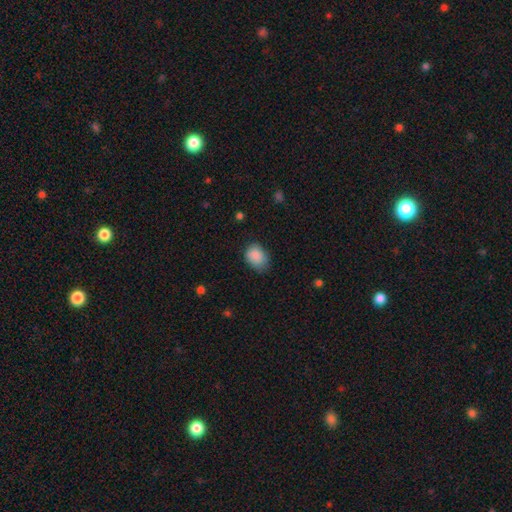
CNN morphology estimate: Smooth or featured? Predicted: smooth (p=0.87). How rounded? Predicted: in between (p=0.62). Merging? Predicted: none (p=0.64).